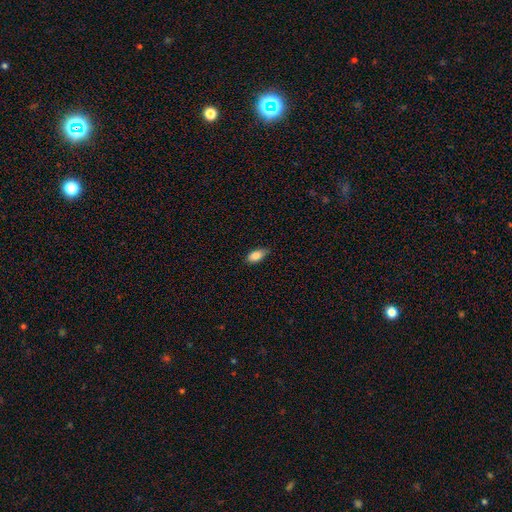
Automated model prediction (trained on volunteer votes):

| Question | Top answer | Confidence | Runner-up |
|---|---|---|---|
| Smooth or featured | smooth | 85% | featured or disk (8%) |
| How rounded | in between | 90% | cigar-shaped (5%) |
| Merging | none | 72% | minor disturbance (23%) |